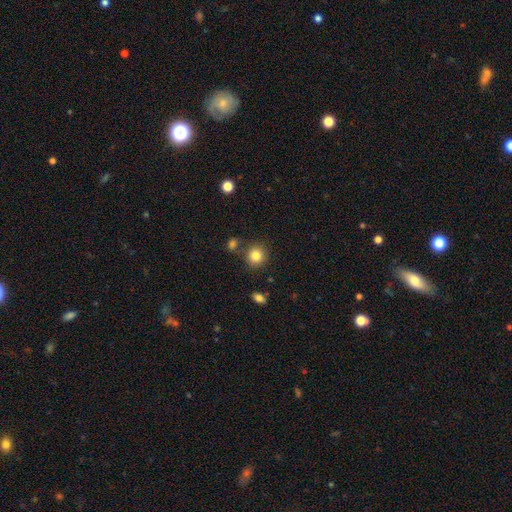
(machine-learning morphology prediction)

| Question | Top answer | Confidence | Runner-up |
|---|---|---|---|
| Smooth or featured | smooth | 84% | star or artifact (10%) |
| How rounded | round | 86% | in between (13%) |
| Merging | none | 81% | minor disturbance (9%) |